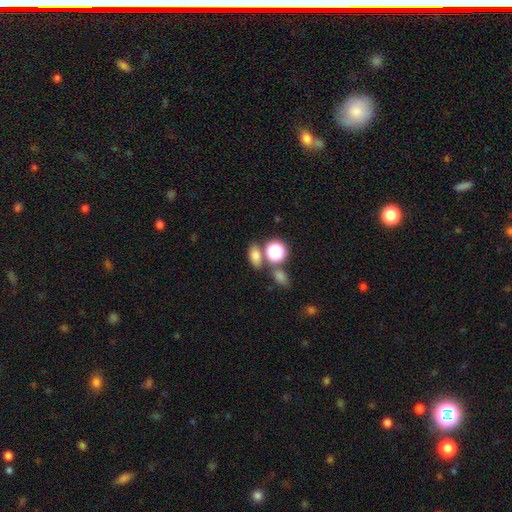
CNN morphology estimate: Q: Smooth or featured?
A: smooth (74%); runner-up: star or artifact (17%)
Q: How rounded?
A: in between (74%); runner-up: round (23%)
Q: Merging?
A: none (64%); runner-up: merger (20%)